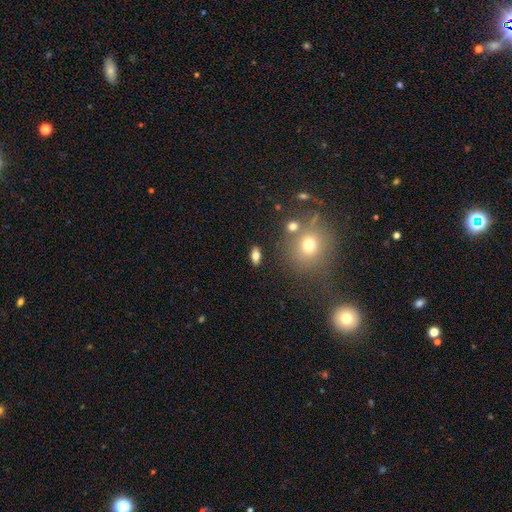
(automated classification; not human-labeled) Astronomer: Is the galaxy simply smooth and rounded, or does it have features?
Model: smooth — 75%.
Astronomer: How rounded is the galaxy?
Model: in between — 82%.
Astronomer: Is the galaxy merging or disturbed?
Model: none — 84%.